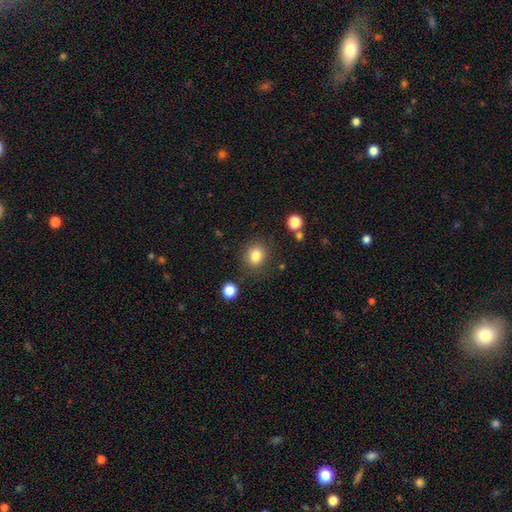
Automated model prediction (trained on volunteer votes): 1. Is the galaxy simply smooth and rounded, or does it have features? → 83% smooth, 11% star or artifact, 6% featured or disk.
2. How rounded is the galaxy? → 75% round, 24% in between, 1% cigar-shaped.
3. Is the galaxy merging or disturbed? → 83% none, 10% minor disturbance, 4% major disturbance, 3% merger.